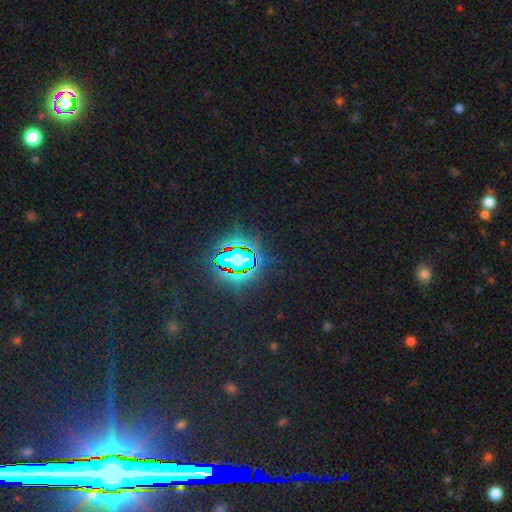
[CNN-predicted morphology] Overall: star or artifact (84%).